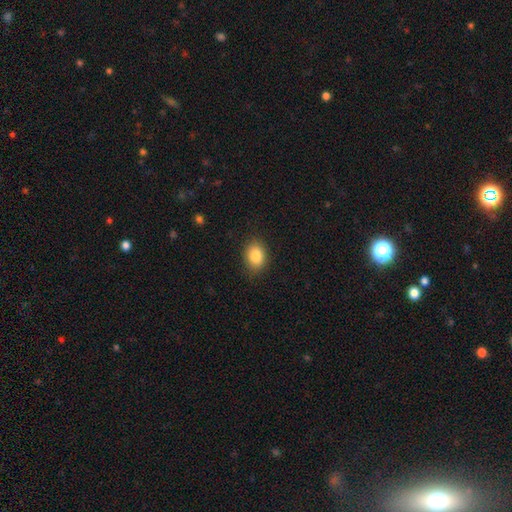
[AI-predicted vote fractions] smooth-or-featured: smooth: 84% | star or artifact: 9% | featured or disk: 7%
  how-rounded: in between: 69% | round: 29% | cigar-shaped: 1%
  merging: none: 85% | minor disturbance: 11% | major disturbance: 3% | merger: 1%